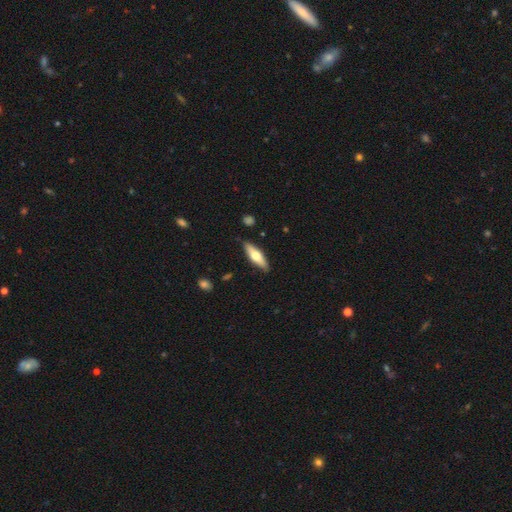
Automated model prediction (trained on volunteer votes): This appears to be a smooth galaxy with no disk features (55%) that is cigar-shaped (52%). Merging: none (86%).